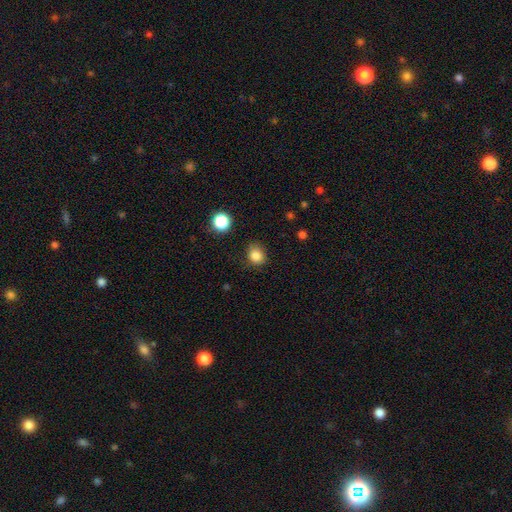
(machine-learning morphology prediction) A smooth galaxy with no disk features (84%) that is round (65%).

Vote fractions:
- Smooth or featured? smooth: 84% / star or artifact: 12% / featured or disk: 5%
- How rounded? round: 65% / in between: 34% / cigar-shaped: 1%
- Merging? none: 79% / minor disturbance: 16% / major disturbance: 4% / merger: 2%